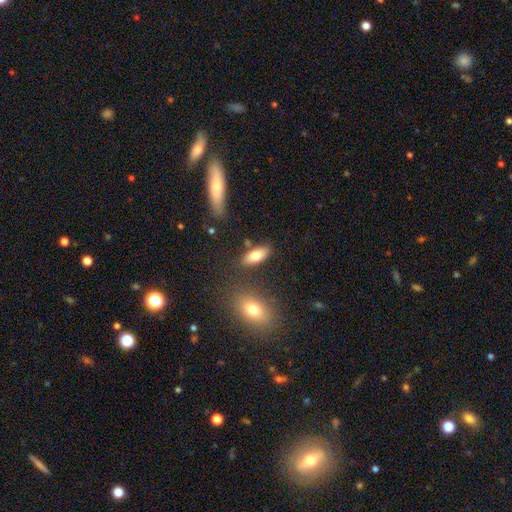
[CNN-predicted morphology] Overall: smooth (77%). How rounded: in between (84%). Merging: none (76%).